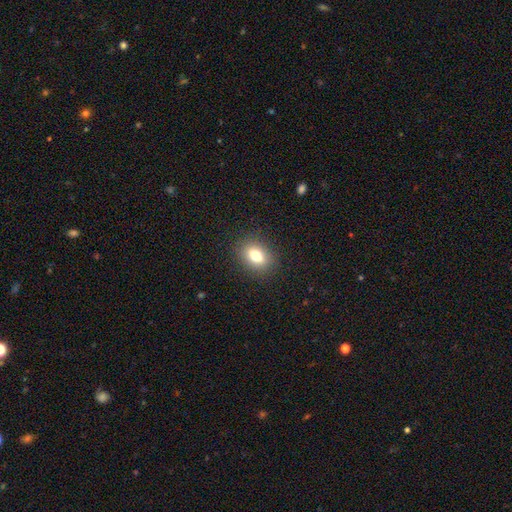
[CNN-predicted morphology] This appears to be a smooth galaxy with no disk features (78%) that is in between round and cigar-shaped (74%). Merging: none (88%).